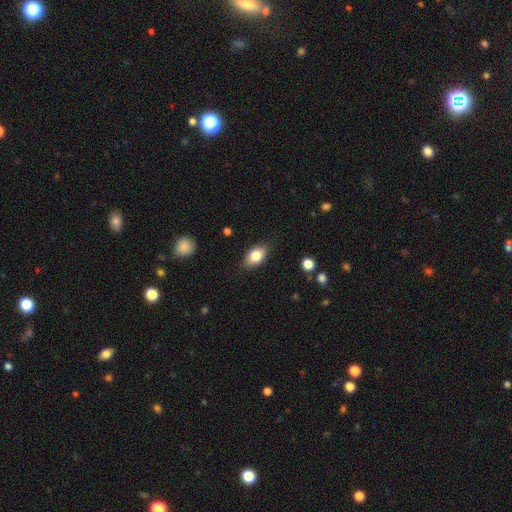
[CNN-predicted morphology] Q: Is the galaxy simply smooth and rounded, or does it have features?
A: smooth — 80%.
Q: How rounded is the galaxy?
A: in between — 87%.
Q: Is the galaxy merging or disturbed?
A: none — 82%.